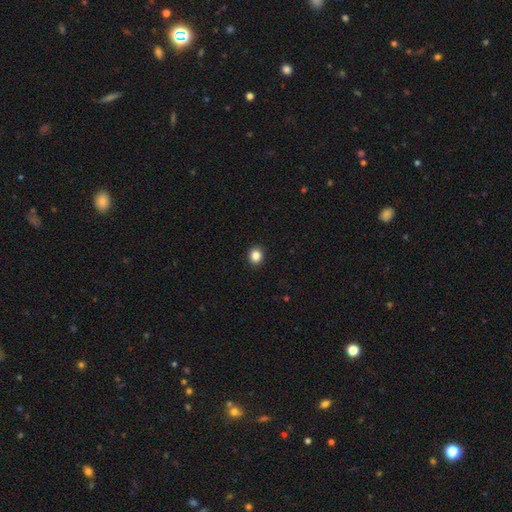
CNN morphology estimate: This is clearly a smooth galaxy (85%). How rounded: likely round (79%). Merging: clearly none (93%).